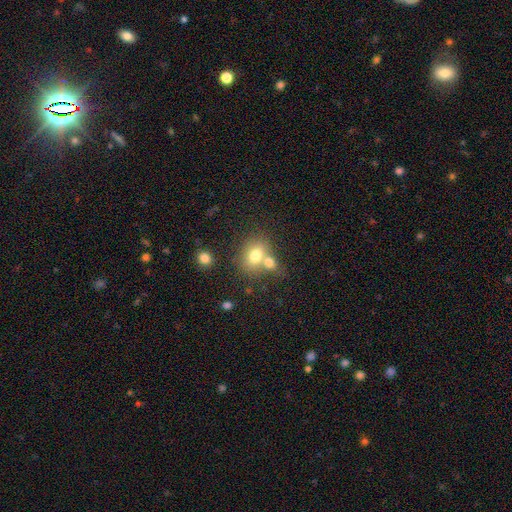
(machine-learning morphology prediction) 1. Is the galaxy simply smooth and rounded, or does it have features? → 74% smooth, 16% featured or disk, 10% star or artifact.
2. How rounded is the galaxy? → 56% in between, 43% round, 1% cigar-shaped.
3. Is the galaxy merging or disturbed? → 48% merger, 38% none, 10% minor disturbance, 4% major disturbance.